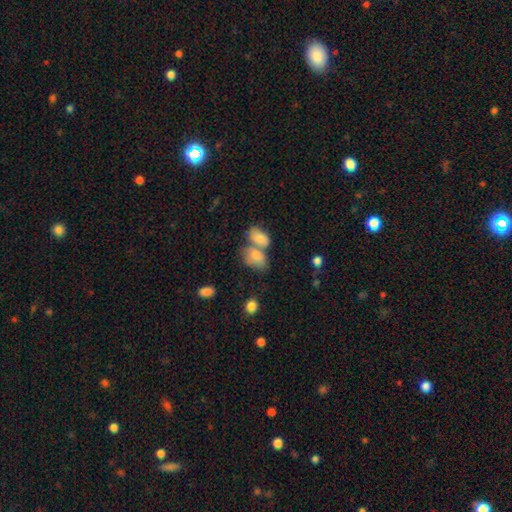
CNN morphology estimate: This appears to be a smooth galaxy with no disk features (74%) that is in between round and cigar-shaped (84%). Merging: merger (60%).